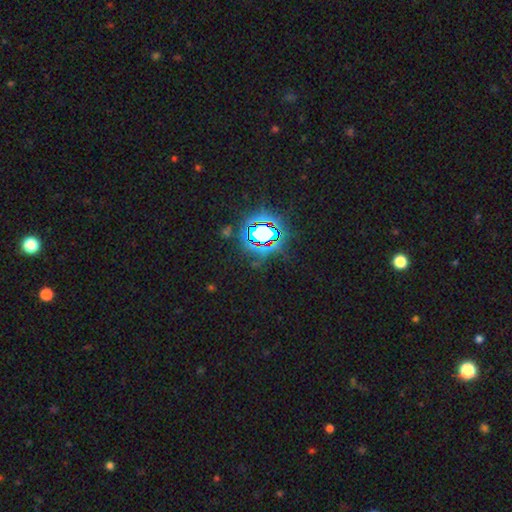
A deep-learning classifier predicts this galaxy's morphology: Smooth or featured? Predicted: star or artifact (p=0.84).